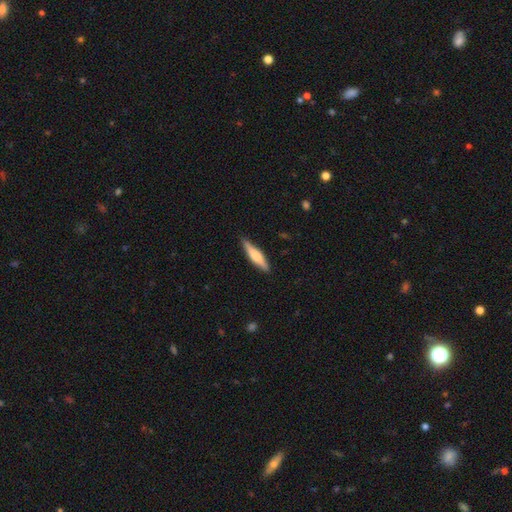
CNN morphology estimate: Smooth or featured?
  - smooth: 57% *
  - featured or disk: 38%
  - star or artifact: 5%
How rounded?
  - cigar-shaped: 81% *
  - in between: 18%
  - round: 2%
Merging?
  - none: 87% *
  - minor disturbance: 10%
  - major disturbance: 2%
  - merger: 1%